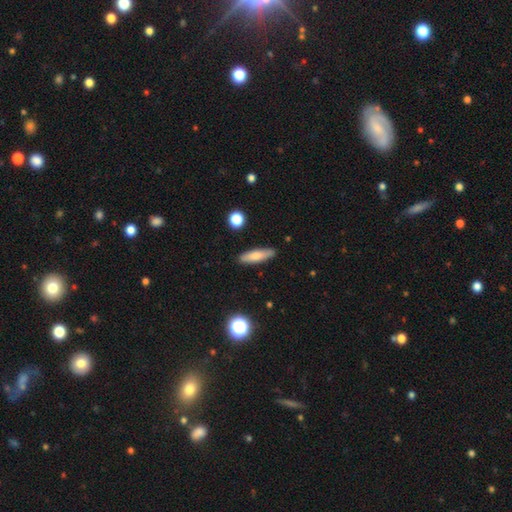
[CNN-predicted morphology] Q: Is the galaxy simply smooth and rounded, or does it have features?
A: smooth — 75%.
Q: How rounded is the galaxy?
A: cigar-shaped — 68%.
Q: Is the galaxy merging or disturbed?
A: none — 86%.